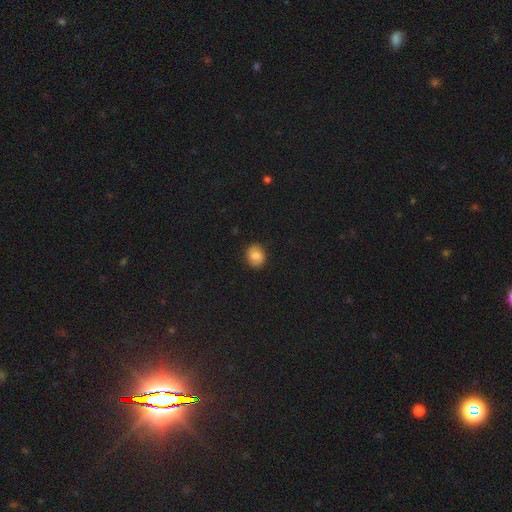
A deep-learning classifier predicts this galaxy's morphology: Smooth or featured: smooth — 81% (star or artifact — 9%)
How rounded: round — 69% (in between — 30%)
Merging: none — 87% (minor disturbance — 9%)